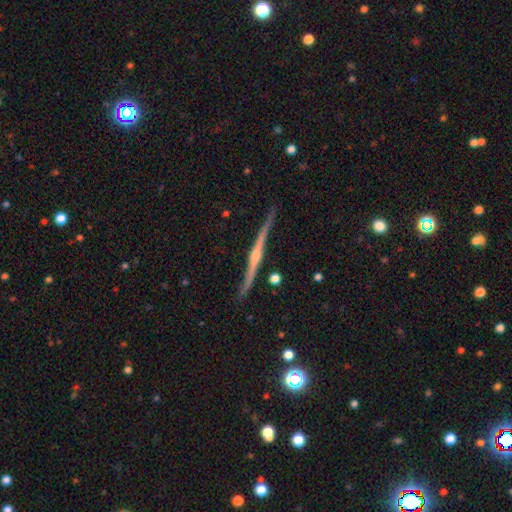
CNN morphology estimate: Smooth or featured? featured or disk (87%)
Edge-on disk? yes (98%)
Edge-on bulge? rounded (86%)
Merging? none (87%)